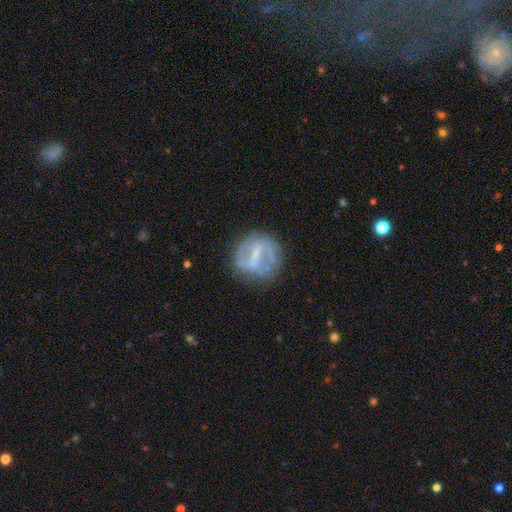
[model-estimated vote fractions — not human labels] The model was most divided on "bar": strong: 46%, weak: 40%, no: 13%. More confident: edge-on disk — no (96%); smooth or featured — featured or disk (72%); merging — none (69%); spiral arms — yes (63%); bulge size — small (51%).